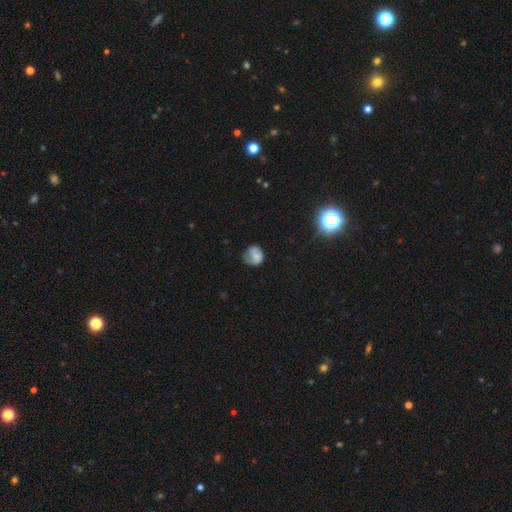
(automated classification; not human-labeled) Q: Smooth or featured?
A: smooth (64%); runner-up: featured or disk (25%)
Q: How rounded?
A: round (72%); runner-up: in between (27%)
Q: Merging?
A: none (44%); runner-up: minor disturbance (33%)